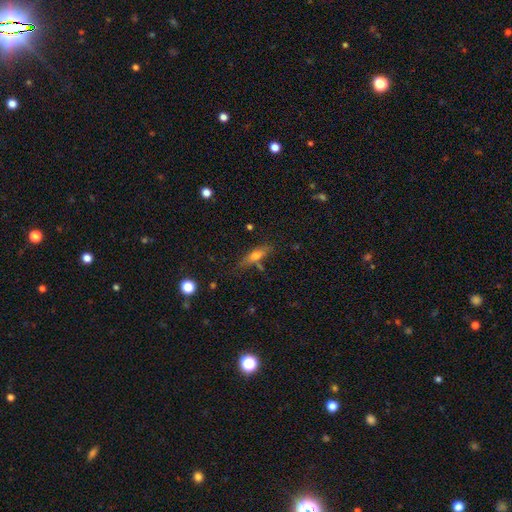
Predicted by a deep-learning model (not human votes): Smooth or featured: smooth — 51% (featured or disk — 38%)
How rounded: cigar-shaped — 59% (in between — 37%)
Merging: none — 70% (minor disturbance — 17%)